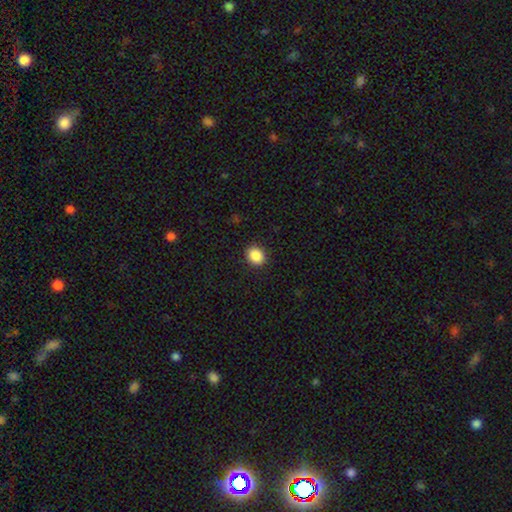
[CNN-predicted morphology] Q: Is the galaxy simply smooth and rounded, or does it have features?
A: smooth — 88%.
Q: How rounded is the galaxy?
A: round — 60%.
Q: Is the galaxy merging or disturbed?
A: none — 90%.